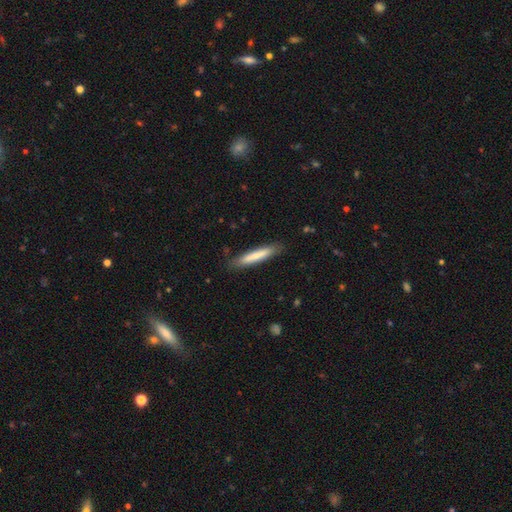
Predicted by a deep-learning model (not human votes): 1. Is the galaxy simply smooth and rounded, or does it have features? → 74% smooth, 21% featured or disk, 6% star or artifact.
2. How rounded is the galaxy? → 91% cigar-shaped, 7% in between, 1% round.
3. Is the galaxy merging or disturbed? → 86% none, 11% minor disturbance, 2% major disturbance, 1% merger.